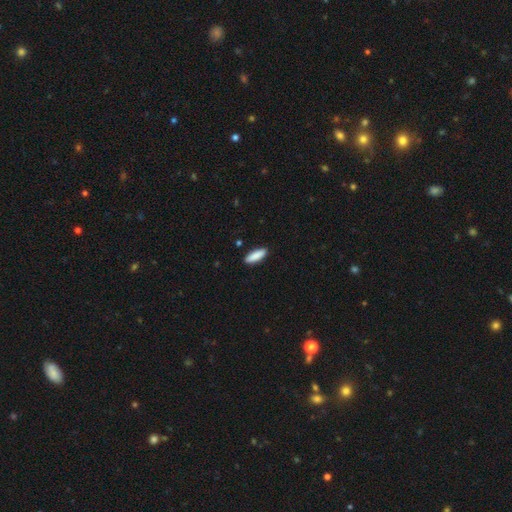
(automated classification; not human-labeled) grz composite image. It shows a smooth galaxy with no disk features (88%) that is cigar-shaped (50%). Merging: none (88%).